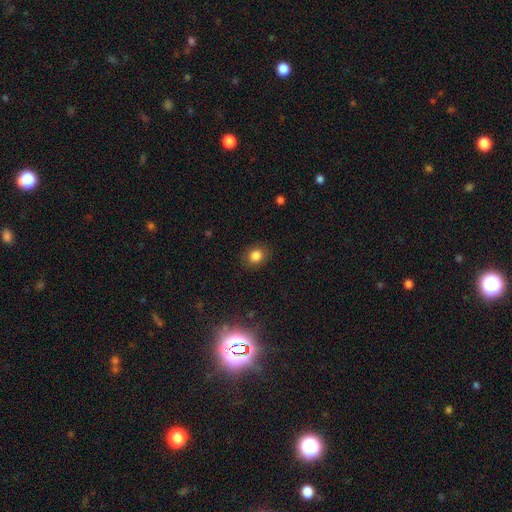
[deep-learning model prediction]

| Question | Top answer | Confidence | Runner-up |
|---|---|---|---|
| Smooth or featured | smooth | 83% | star or artifact (12%) |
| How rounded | round | 66% | in between (33%) |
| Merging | none | 87% | minor disturbance (9%) |